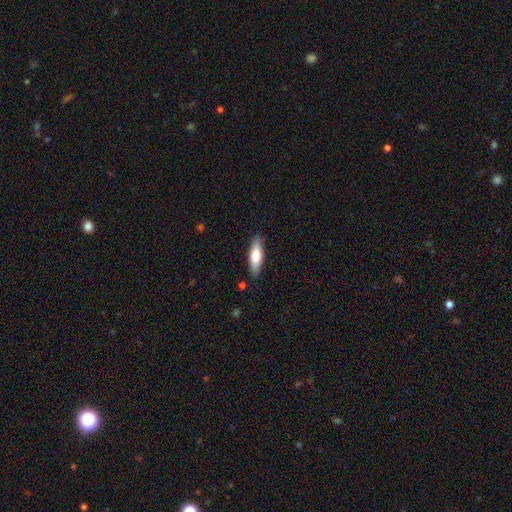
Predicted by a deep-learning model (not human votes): Smooth or featured? smooth (73%)
How rounded? cigar-shaped (51%)
Merging? none (87%)